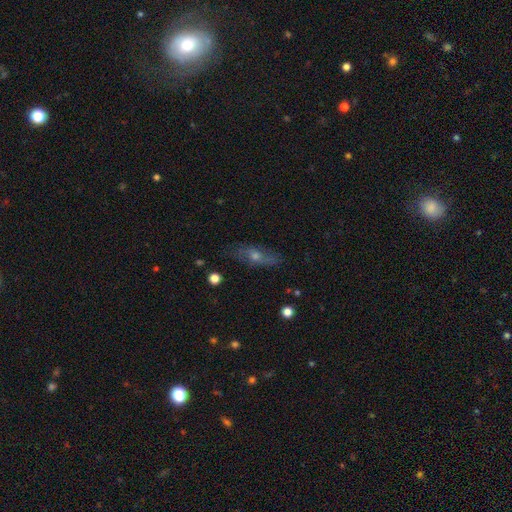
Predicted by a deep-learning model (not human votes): Smooth or featured? featured or disk (50%)
Edge-on disk? no (57%)
Merging? none (76%)